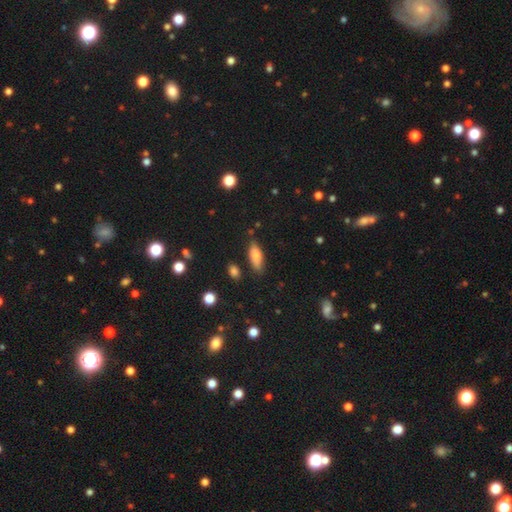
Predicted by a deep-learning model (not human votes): Smooth or featured? smooth (77%)
How rounded? in between (72%)
Merging? none (79%)